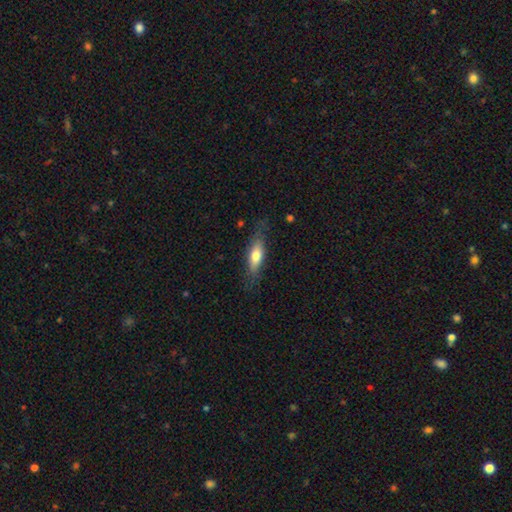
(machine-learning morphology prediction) type=smooth (66%); roundness=in between (55%); merging=none (71%).